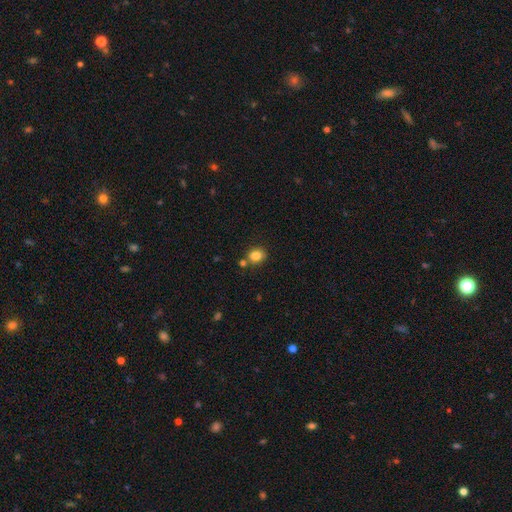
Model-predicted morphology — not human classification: smooth 83%, star or artifact 11%, featured or disk 6%. Down the decision tree: how rounded — round (61%); merging — none (73%).